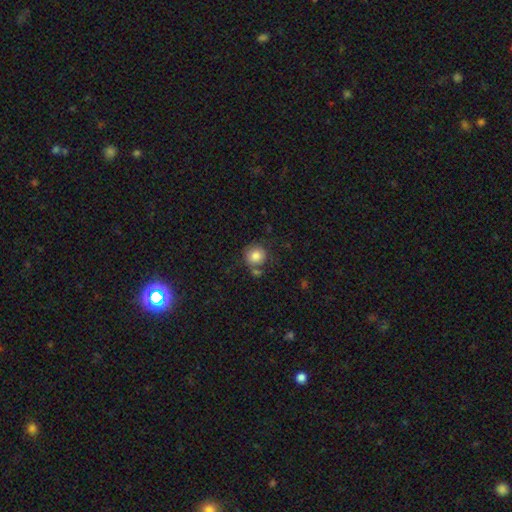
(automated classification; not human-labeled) Morphology: type=smooth (82%); roundness=round (89%); merging=none (67%).